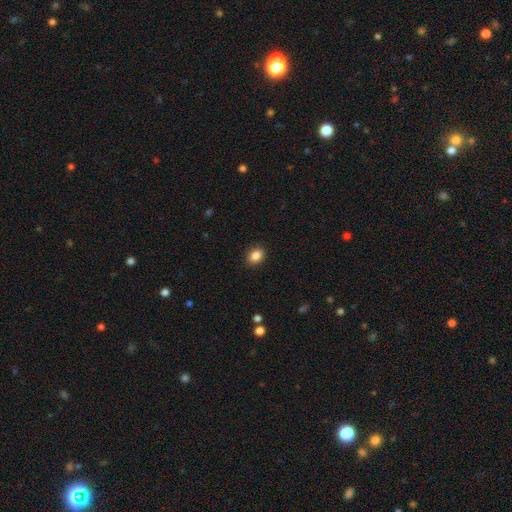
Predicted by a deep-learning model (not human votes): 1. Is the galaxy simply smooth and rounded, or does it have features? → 86% smooth, 9% star or artifact, 4% featured or disk.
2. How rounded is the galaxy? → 63% in between, 36% round, 1% cigar-shaped.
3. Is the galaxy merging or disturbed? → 90% none, 7% minor disturbance, 2% major disturbance, 1% merger.